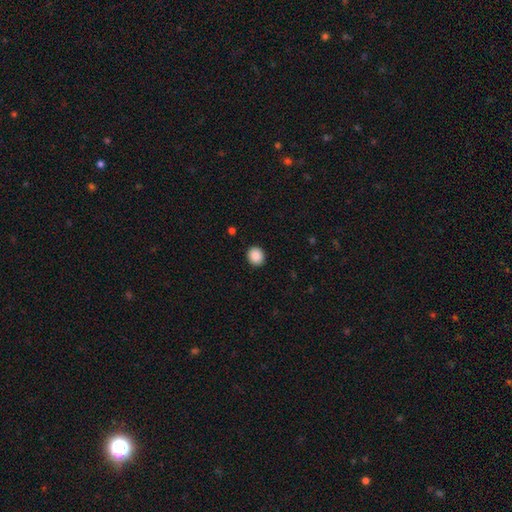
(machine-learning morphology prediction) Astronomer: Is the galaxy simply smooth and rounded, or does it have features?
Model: smooth — 89%.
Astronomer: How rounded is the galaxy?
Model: round — 77%.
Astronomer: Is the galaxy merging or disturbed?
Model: none — 91%.